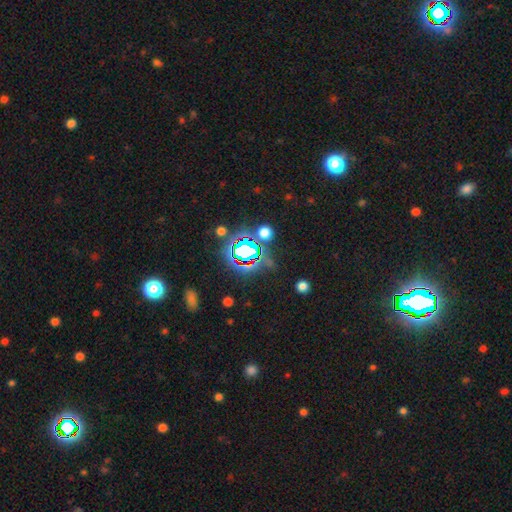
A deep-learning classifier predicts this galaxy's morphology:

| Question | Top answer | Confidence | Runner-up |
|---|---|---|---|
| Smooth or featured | star or artifact | 79% | smooth (12%) |